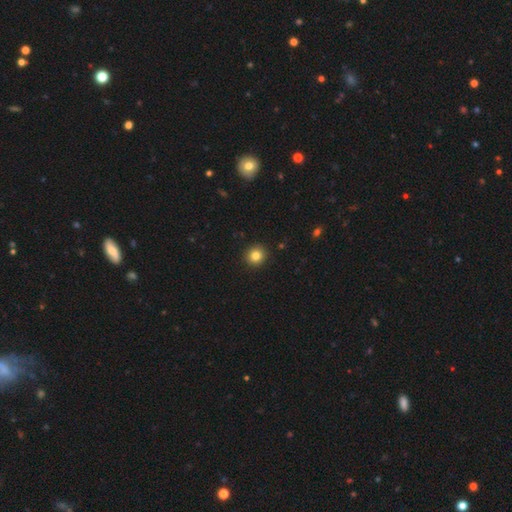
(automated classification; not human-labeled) Smooth or featured: smooth — 83% (star or artifact — 11%)
How rounded: round — 90% (in between — 9%)
Merging: none — 92% (minor disturbance — 5%)